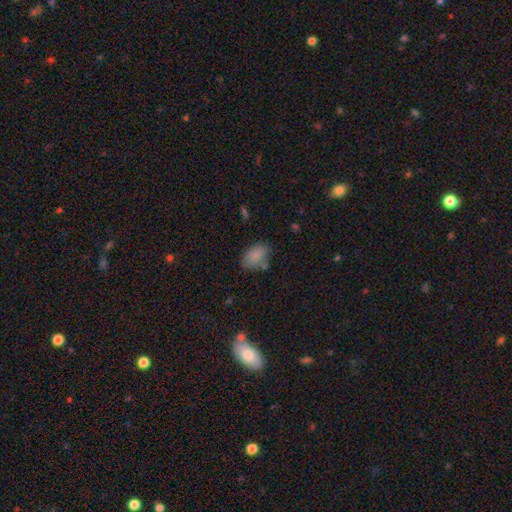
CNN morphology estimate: Smooth or featured? Predicted: smooth (p=0.84). How rounded? Predicted: in between (p=0.90). Merging? Predicted: none (p=0.68).